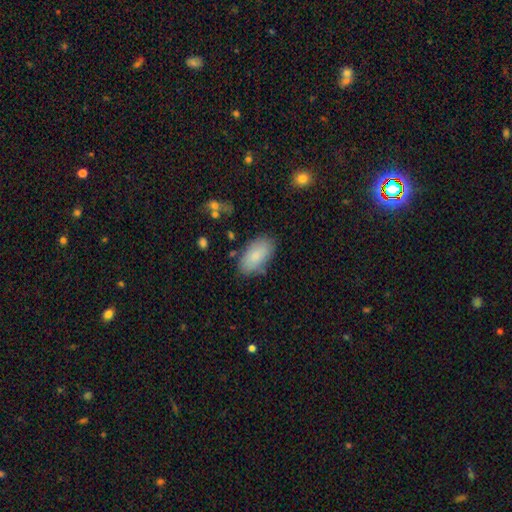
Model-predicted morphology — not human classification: Q: Smooth or featured?
A: smooth (85%); runner-up: featured or disk (9%)
Q: How rounded?
A: in between (94%); runner-up: round (3%)
Q: Merging?
A: none (80%); runner-up: minor disturbance (14%)